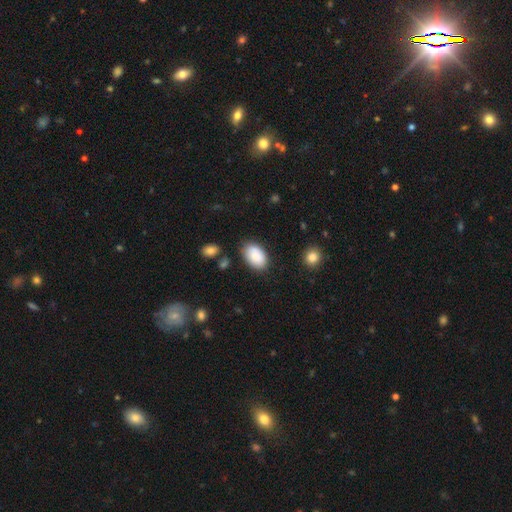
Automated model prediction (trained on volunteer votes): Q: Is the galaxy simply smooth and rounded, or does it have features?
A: smooth — 87%.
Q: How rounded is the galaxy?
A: in between — 91%.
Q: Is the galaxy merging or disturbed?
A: none — 78%.